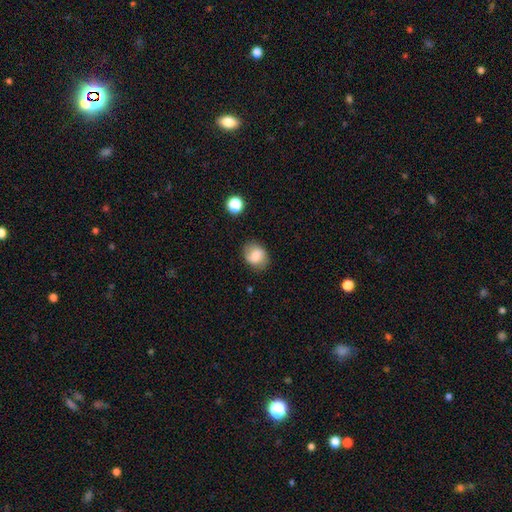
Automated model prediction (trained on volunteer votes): Smooth or featured? Predicted: smooth (p=0.68). How rounded? Predicted: round (p=0.55). Merging? Predicted: none (p=0.78).